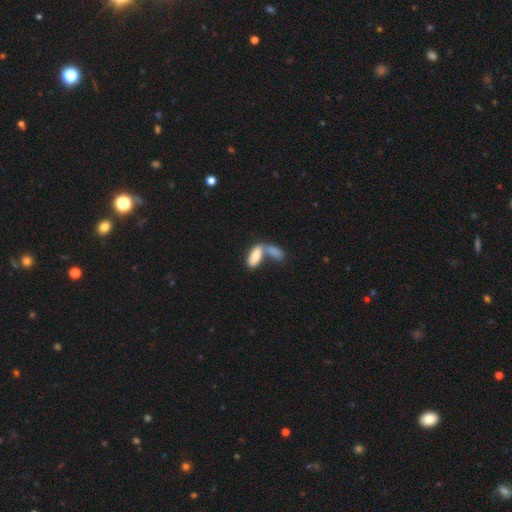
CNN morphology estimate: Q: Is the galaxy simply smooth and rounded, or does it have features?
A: smooth — 75%.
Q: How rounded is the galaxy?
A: in between — 84%.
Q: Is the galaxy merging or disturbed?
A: merger — 63%.